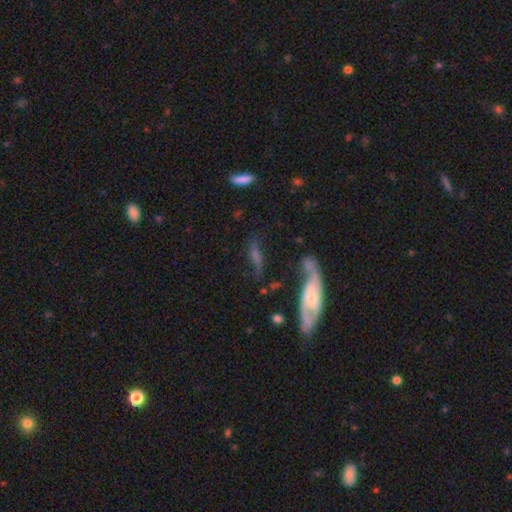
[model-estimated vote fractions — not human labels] Smooth or featured?
  - featured or disk: 57% *
  - smooth: 30%
  - star or artifact: 13%
Edge-on disk?
  - no: 70% *
  - yes: 30%
Merging?
  - none: 51% *
  - minor disturbance: 21%
  - major disturbance: 15%
  - merger: 13%